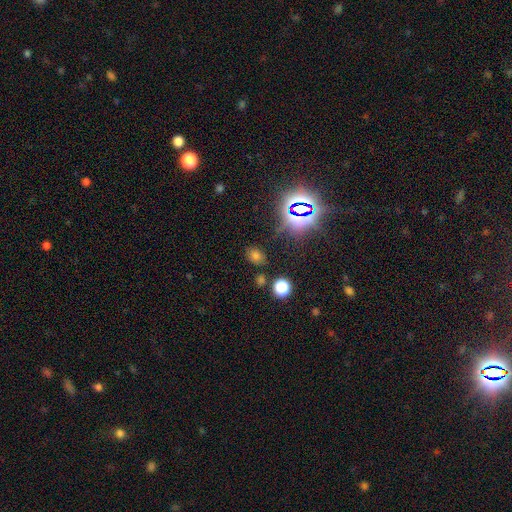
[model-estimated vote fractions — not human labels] smooth 63%, star or artifact 29%, featured or disk 7%. Down the decision tree: how rounded — in between (68%); merging — none (79%).